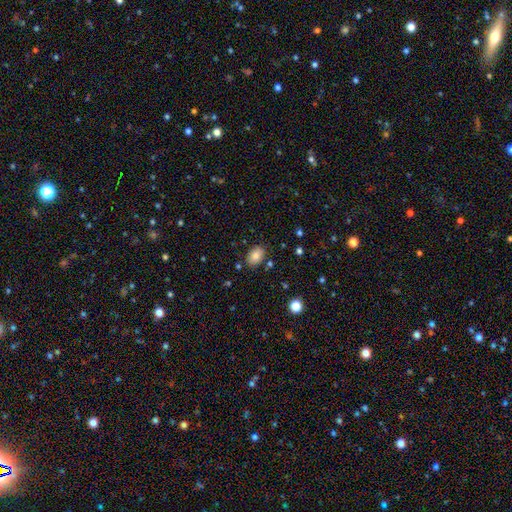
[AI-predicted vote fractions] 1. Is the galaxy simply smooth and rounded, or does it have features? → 80% smooth, 11% featured or disk, 9% star or artifact.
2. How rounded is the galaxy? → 83% in between, 16% round, 1% cigar-shaped.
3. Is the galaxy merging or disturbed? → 83% none, 11% minor disturbance, 3% merger, 3% major disturbance.